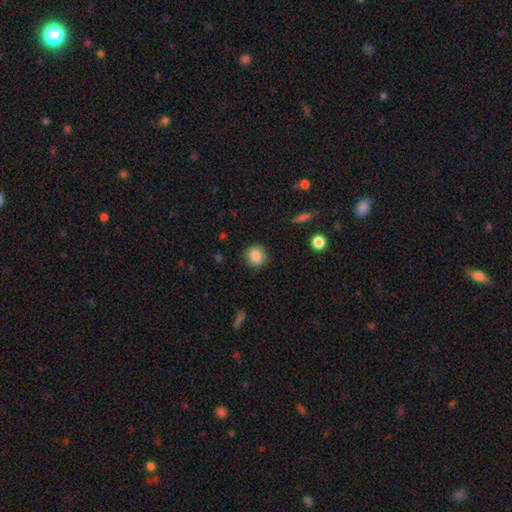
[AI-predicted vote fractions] This is clearly a smooth galaxy (86%). How rounded: likely round (78%). Merging: clearly none (86%).